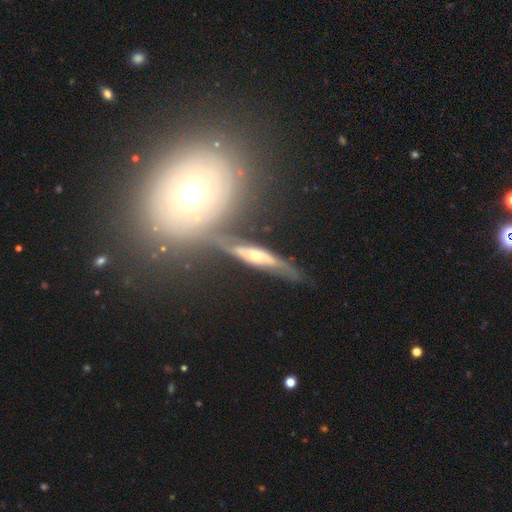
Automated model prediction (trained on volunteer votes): smooth_or_featured: featured or disk (p=0.71) [alt: smooth p=0.20]
disk_edge_on: yes (p=0.54) [alt: no p=0.46]
merging: none (p=0.52) [alt: merger p=0.21]